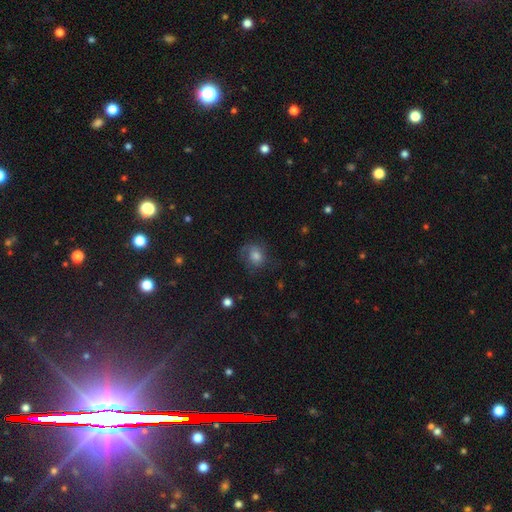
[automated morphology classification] smooth_or_featured: smooth (p=0.48) [alt: featured or disk p=0.38]
merging: none (p=0.61) [alt: minor disturbance p=0.21]